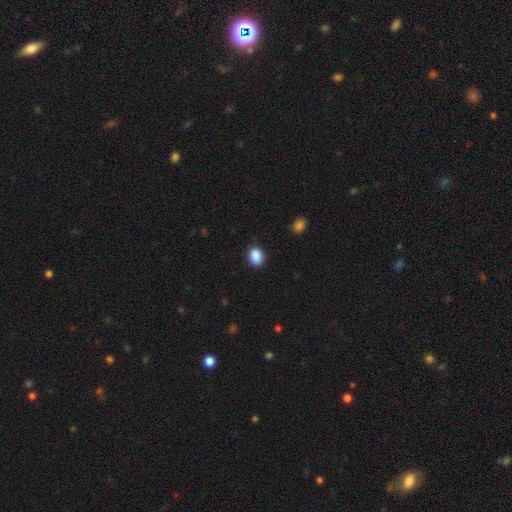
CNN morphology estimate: A smooth galaxy with no disk features (89%) that is in between round and cigar-shaped (65%).

Vote fractions:
- Smooth or featured? smooth: 89% / star or artifact: 8% / featured or disk: 3%
- How rounded? in between: 65% / round: 34% / cigar-shaped: 1%
- Merging? none: 87% / minor disturbance: 9% / major disturbance: 2% / merger: 1%